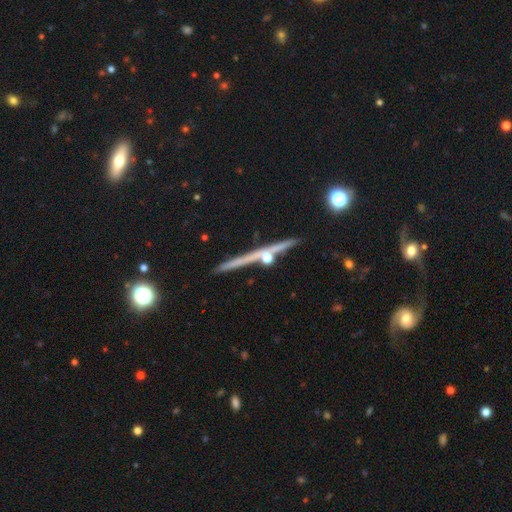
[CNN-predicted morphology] A featured or disk galaxy (80%) viewed edge-on (97%) with a rounded central bulge (75%).

Vote fractions:
- Smooth or featured? featured or disk: 80% / smooth: 12% / star or artifact: 8%
- Edge-on disk? yes: 97% / no: 3%
- Edge-on bulge? rounded: 75% / none: 19% / boxy: 6%
- Merging? none: 84% / minor disturbance: 8% / merger: 6% / major disturbance: 2%